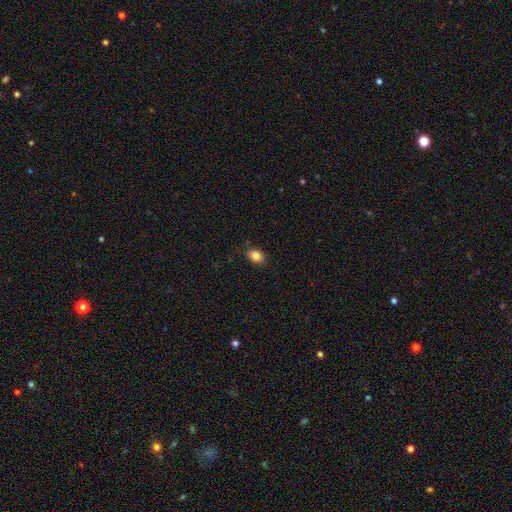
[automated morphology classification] type=smooth (86%); roundness=in between (66%); merging=none (85%).